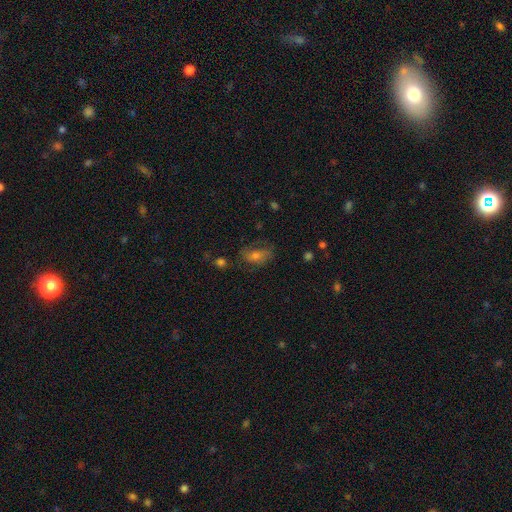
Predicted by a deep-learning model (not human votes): Overall: smooth (51%; featured or disk 32%). How rounded: in between (81%). Merging: none (61%; minor disturbance 24%).